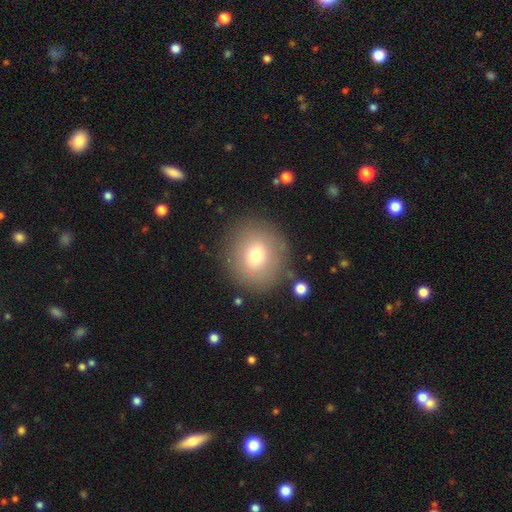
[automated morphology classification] smooth_or_featured: smooth (p=0.72) [alt: featured or disk p=0.17]
how_rounded: round (p=0.86) [alt: in between p=0.13]
merging: none (p=0.85) [alt: minor disturbance p=0.09]